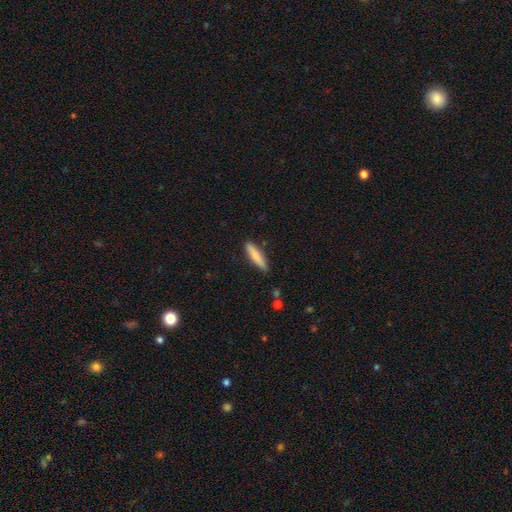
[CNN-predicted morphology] Smooth or featured? smooth (79%)
How rounded? cigar-shaped (83%)
Merging? none (87%)